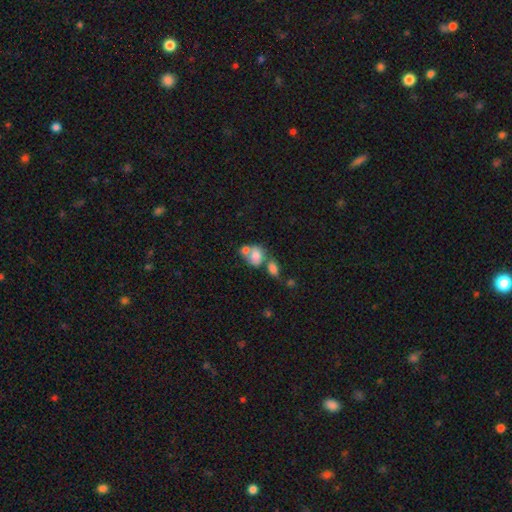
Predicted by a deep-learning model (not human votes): This is likely a smooth galaxy (73%). How rounded: possibly in between (50%). Merging: possibly merger (57%).